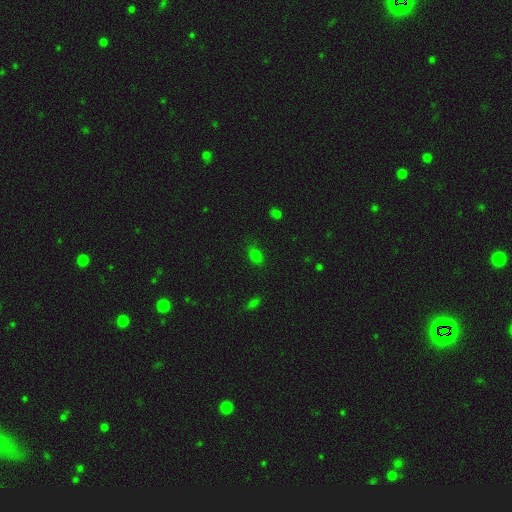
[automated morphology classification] A smooth galaxy with no disk features (75%) that is in between round and cigar-shaped (76%). Merging: none (77%).